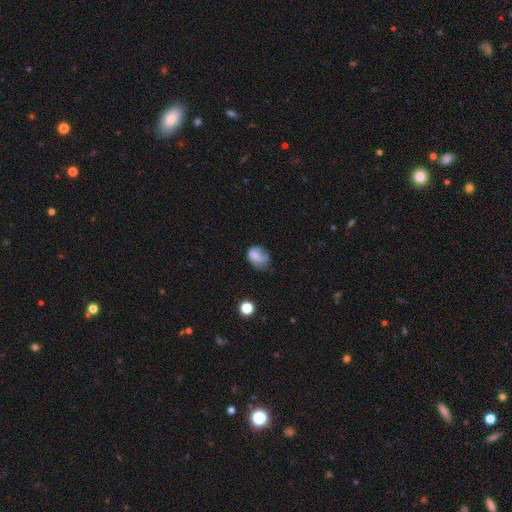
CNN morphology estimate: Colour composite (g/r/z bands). It shows a smooth galaxy with no disk features (68%) that is in between round and cigar-shaped (64%). Merging: none (36%, tied with minor disturbance).